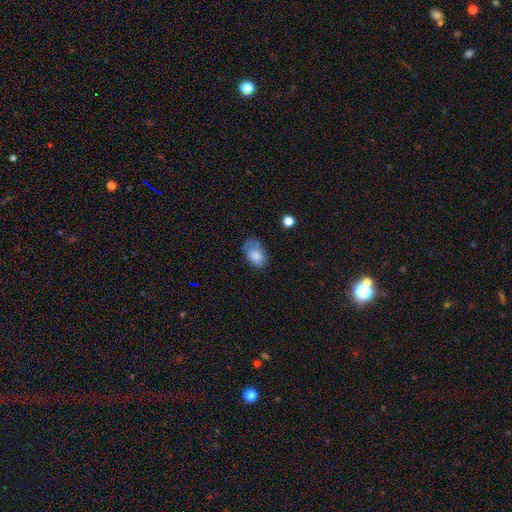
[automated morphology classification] smooth 68%, featured or disk 24%, star or artifact 9%. Down the decision tree: how rounded — in between (87%); merging — none (47%).